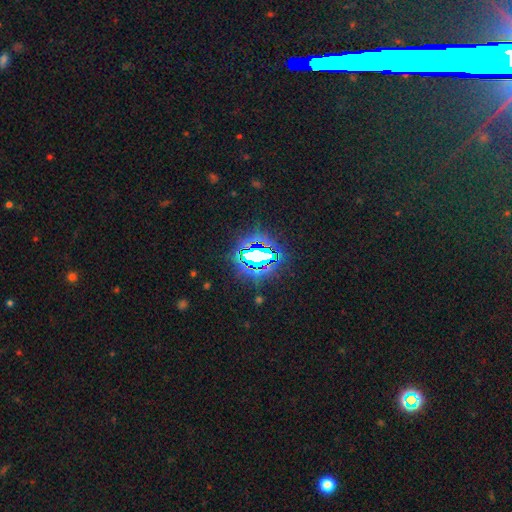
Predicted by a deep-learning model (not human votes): smooth_or_featured: star or artifact (p=0.75) [alt: smooth p=0.14]